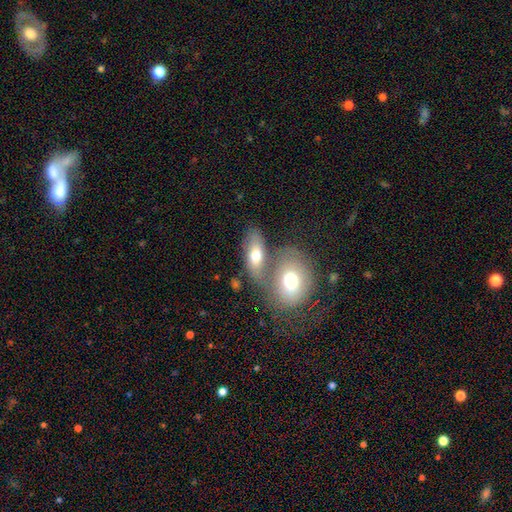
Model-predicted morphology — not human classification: Overall: smooth (67%). How rounded: in between (83%). Merging: merger (50%; none 34%).